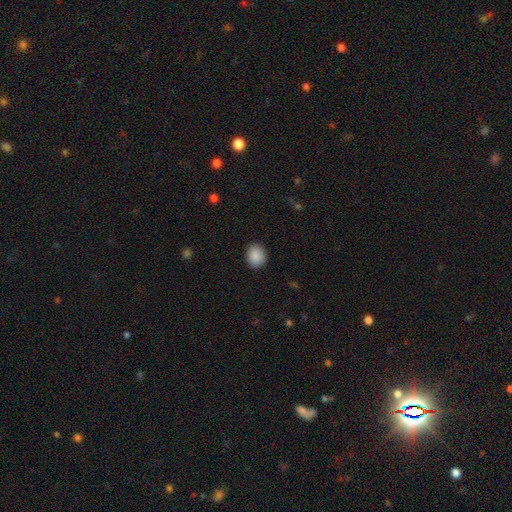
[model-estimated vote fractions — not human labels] smooth 90%, star or artifact 8%, featured or disk 3%. Down the decision tree: how rounded — round (61%); merging — none (90%).